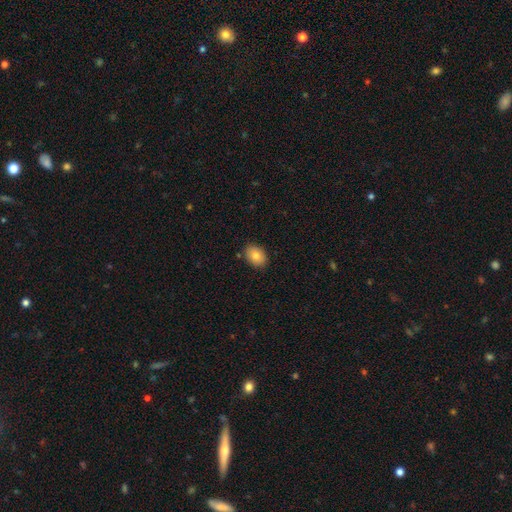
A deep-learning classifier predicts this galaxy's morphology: Smooth or featured? Predicted: smooth (p=0.82). How rounded? Predicted: in between (p=0.80). Merging? Predicted: none (p=0.86).